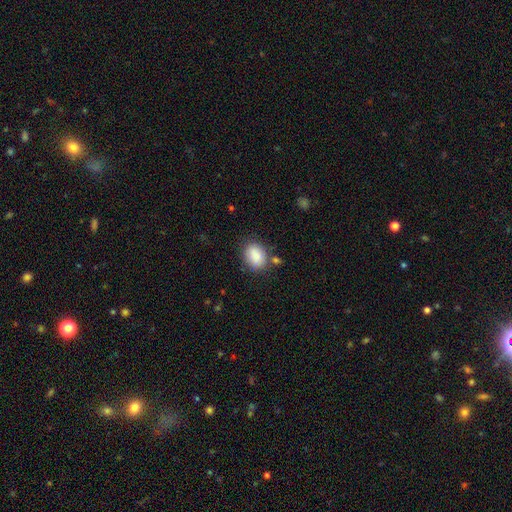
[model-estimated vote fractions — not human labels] smooth 87%, star or artifact 7%, featured or disk 6%. Down the decision tree: how rounded — in between (68%); merging — none (74%).